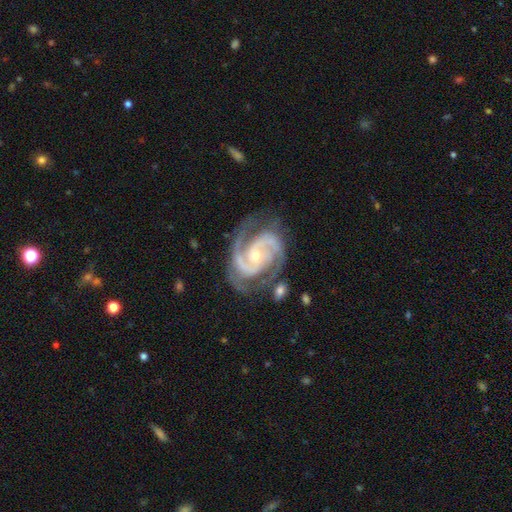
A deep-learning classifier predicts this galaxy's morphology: The model was most divided on "spiral winding": tight: 49%, medium: 46%, loose: 5%. More confident: spiral arms — yes (99%); edge-on disk — no (98%); smooth or featured — featured or disk (93%); spiral arm count — 2 (73%); merging — none (68%); bulge size — small (61%); bar — no (57%).